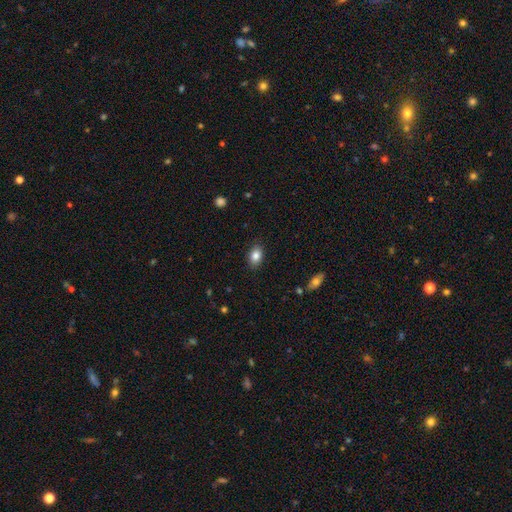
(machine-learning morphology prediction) This appears to be a smooth galaxy with no disk features (84%) that is in between round and cigar-shaped (83%). Merging: none (87%).